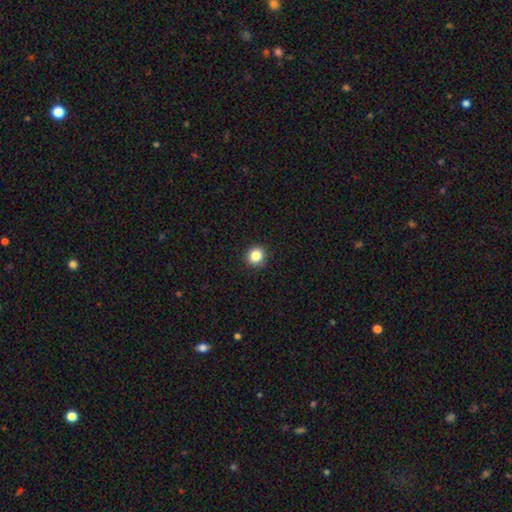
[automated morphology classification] This is clearly a smooth galaxy (85%). How rounded: clearly round (92%). Merging: clearly none (93%).